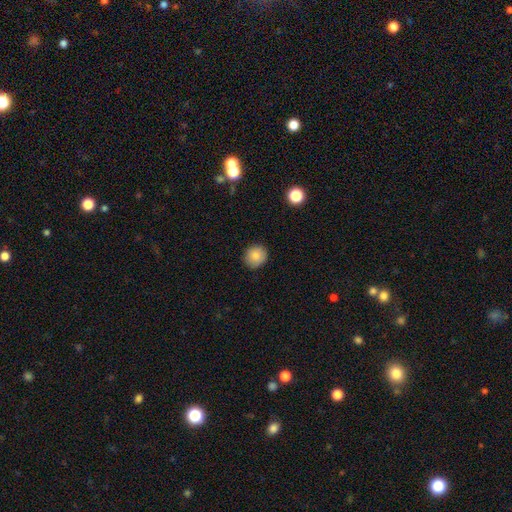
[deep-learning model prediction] Smooth or featured? Predicted: smooth (p=0.84). How rounded? Predicted: round (p=0.86). Merging? Predicted: none (p=0.87).